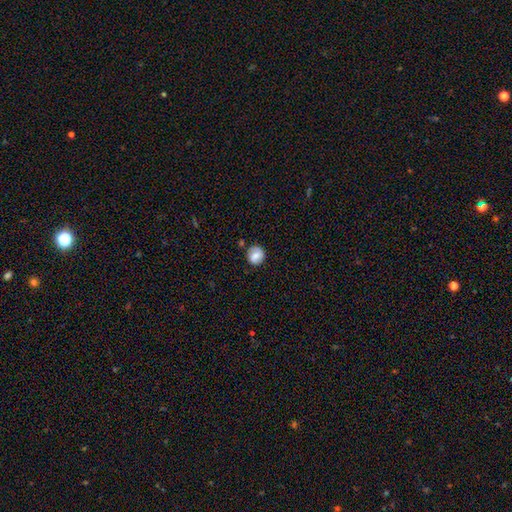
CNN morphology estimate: Q: Smooth or featured?
A: smooth (69%); runner-up: featured or disk (23%)
Q: How rounded?
A: round (83%); runner-up: in between (16%)
Q: Merging?
A: none (74%); runner-up: minor disturbance (17%)